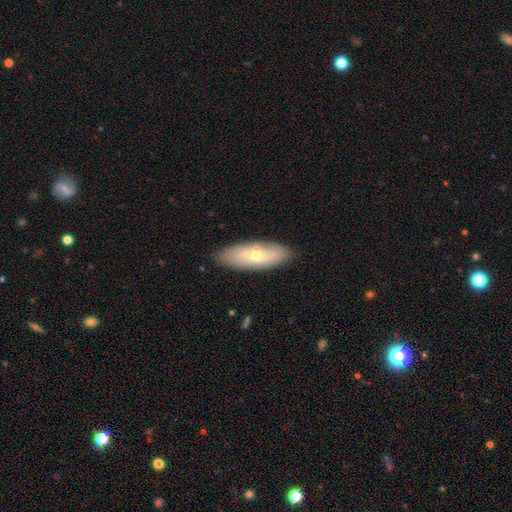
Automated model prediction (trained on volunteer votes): Q: Smooth or featured?
A: featured or disk (47%); tied with: smooth (47%)
Q: Merging?
A: none (83%); runner-up: minor disturbance (11%)